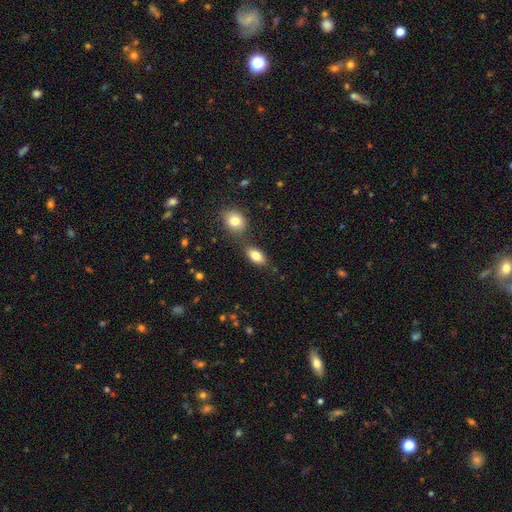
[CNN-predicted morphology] smooth 82%, featured or disk 10%, star or artifact 8%. Down the decision tree: how rounded — in between (89%); merging — none (70%).